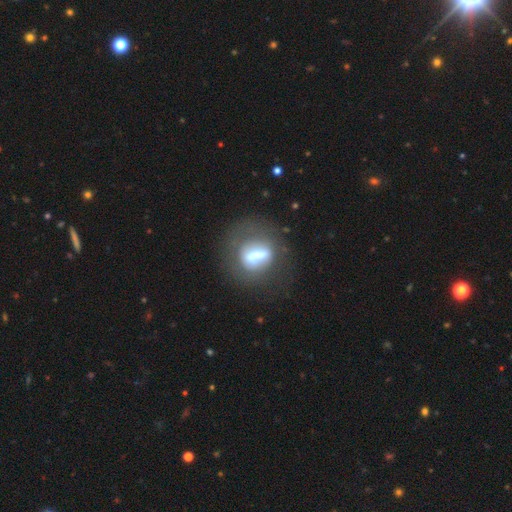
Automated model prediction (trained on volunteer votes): Smooth or featured: featured or disk — 46% (smooth — 43%)
Merging: none — 50% (major disturbance — 22%)